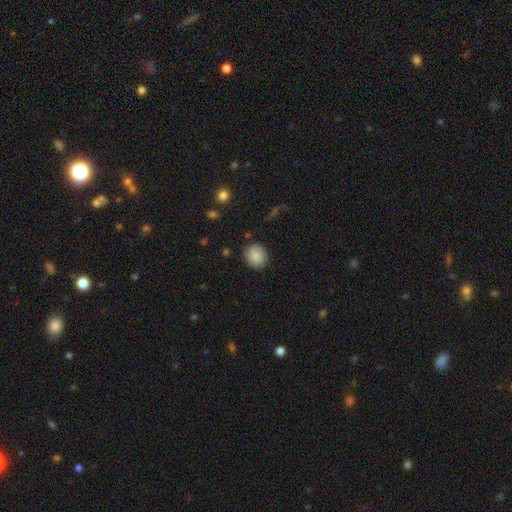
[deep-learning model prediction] Overall: smooth (80%). How rounded: round (81%). Merging: none (84%).